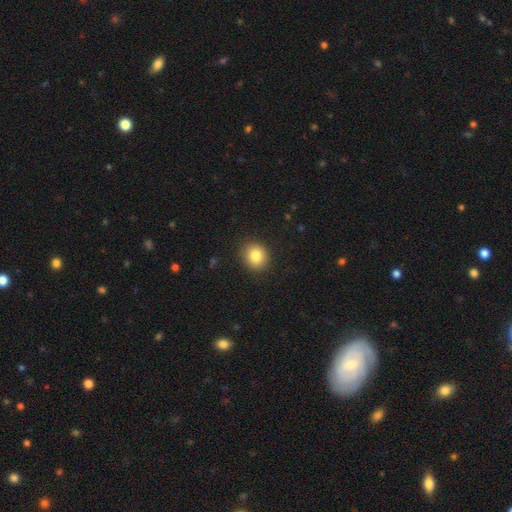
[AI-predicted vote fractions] Morphology: type=smooth (84%); roundness=round (74%); merging=none (89%).